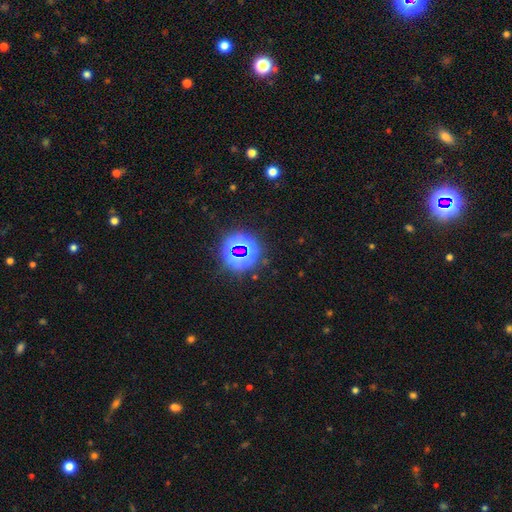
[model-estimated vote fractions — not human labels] A star or artifact, not a galaxy (79%).